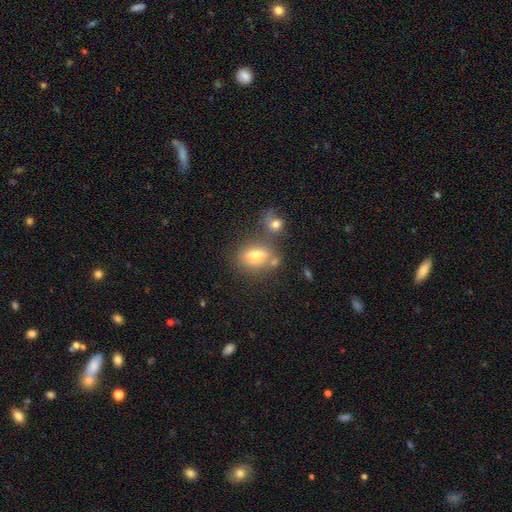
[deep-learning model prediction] smooth-or-featured: smooth: 69% | featured or disk: 20% | star or artifact: 11%
  how-rounded: in between: 69% | round: 26% | cigar-shaped: 5%
  merging: none: 56% | merger: 23% | minor disturbance: 14% | major disturbance: 6%